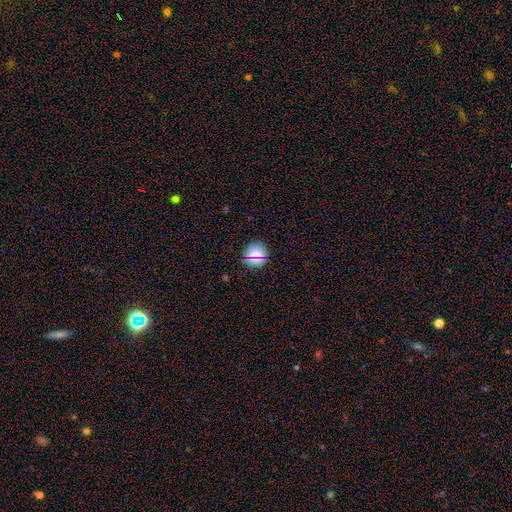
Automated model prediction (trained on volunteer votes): Smooth or featured? smooth (72%)
How rounded? round (91%)
Merging? none (88%)